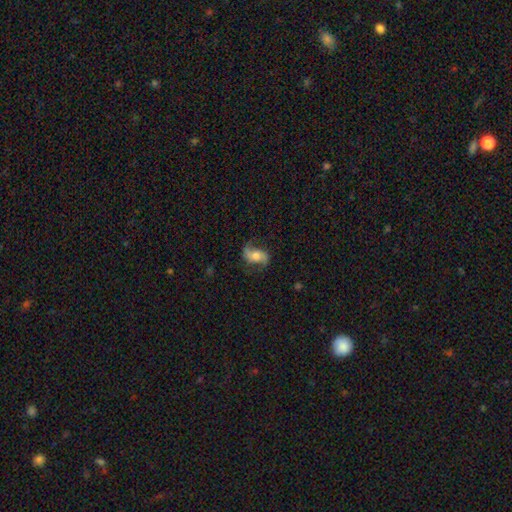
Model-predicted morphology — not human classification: type=featured or disk (63%); edge-on=no (95%); bar=no (57%); spiral arms=yes (90%); winding=loose (62%); arm count=2 (90%); bulge=moderate (60%); merging=none (70%).